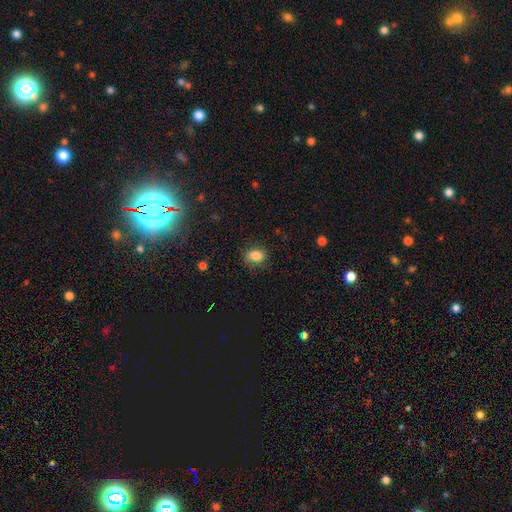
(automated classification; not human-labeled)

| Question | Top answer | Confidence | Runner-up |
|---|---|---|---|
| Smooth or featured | smooth | 81% | star or artifact (11%) |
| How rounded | in between | 64% | round (34%) |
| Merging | none | 77% | minor disturbance (17%) |